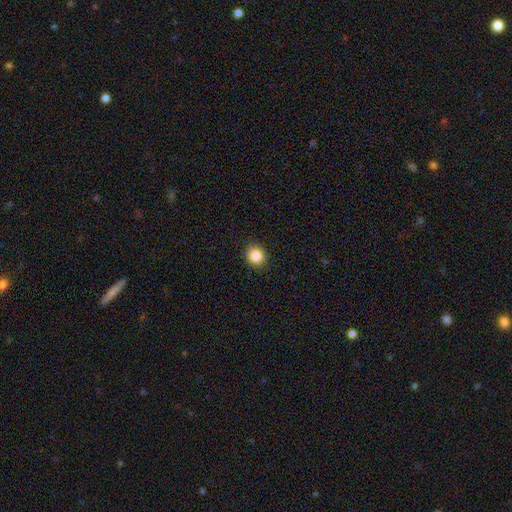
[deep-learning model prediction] Smooth or featured? smooth (86%)
How rounded? round (83%)
Merging? none (91%)